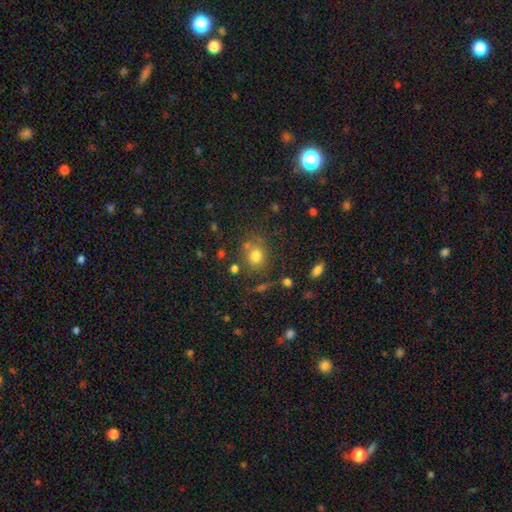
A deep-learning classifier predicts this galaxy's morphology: Smooth or featured? Predicted: smooth (p=0.76). How rounded? Predicted: round (p=0.77). Merging? Predicted: none (p=0.71).